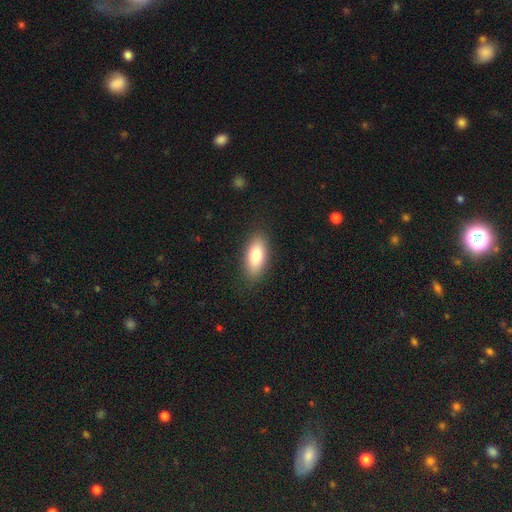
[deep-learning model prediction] Q: Smooth or featured?
A: smooth (81%); runner-up: featured or disk (13%)
Q: How rounded?
A: in between (83%); runner-up: cigar-shaped (14%)
Q: Merging?
A: none (87%); runner-up: minor disturbance (9%)